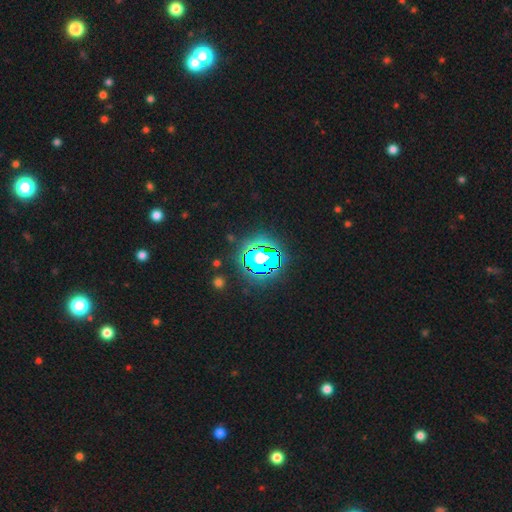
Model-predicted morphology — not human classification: smooth-or-featured: star or artifact: 76% | smooth: 13% | featured or disk: 11%